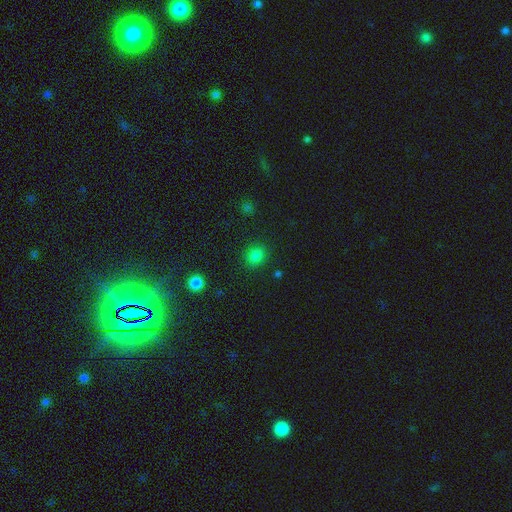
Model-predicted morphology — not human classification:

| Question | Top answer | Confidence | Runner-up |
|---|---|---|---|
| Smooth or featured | smooth | 82% | star or artifact (14%) |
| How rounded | round | 76% | in between (23%) |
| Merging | none | 87% | minor disturbance (8%) |